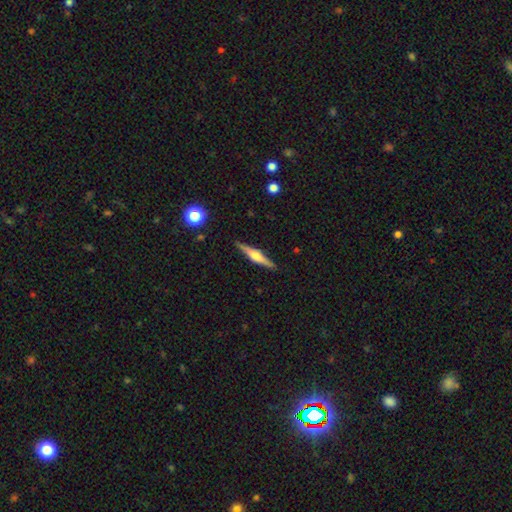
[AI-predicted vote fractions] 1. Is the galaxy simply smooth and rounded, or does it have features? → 67% featured or disk, 28% smooth, 6% star or artifact.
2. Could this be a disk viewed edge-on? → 97% yes, 3% no.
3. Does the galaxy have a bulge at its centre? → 84% rounded, 11% boxy, 5% none.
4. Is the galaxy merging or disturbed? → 90% none, 7% minor disturbance, 2% major disturbance, 1% merger.